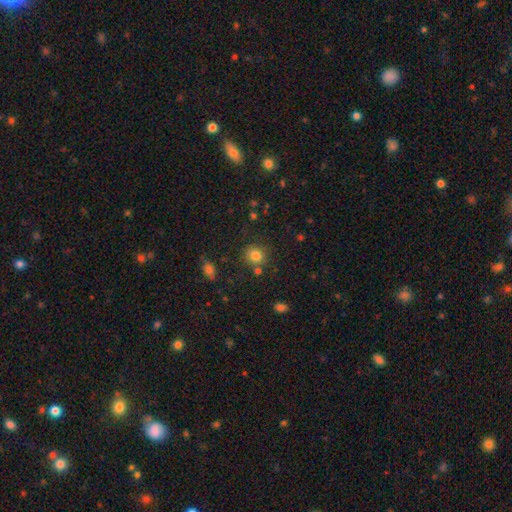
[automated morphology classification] Overall: smooth (81%). How rounded: round (82%). Merging: none (79%).